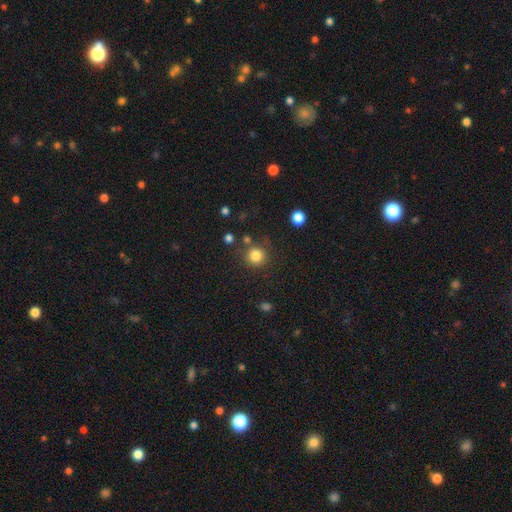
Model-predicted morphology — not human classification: Smooth or featured? Predicted: smooth (p=0.83). How rounded? Predicted: round (p=0.93). Merging? Predicted: none (p=0.82).